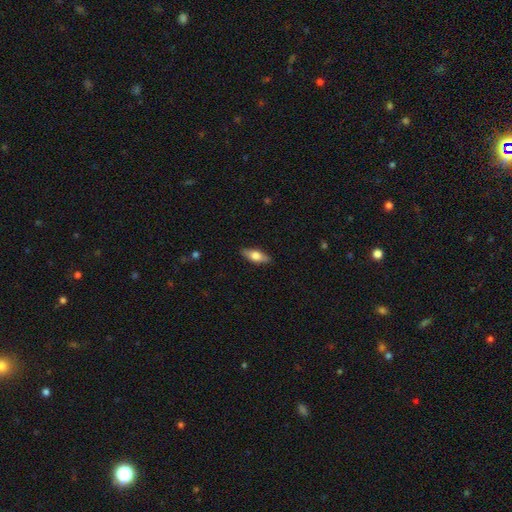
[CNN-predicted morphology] Smooth or featured?
  - smooth: 56% *
  - featured or disk: 38%
  - star or artifact: 6%
How rounded?
  - in between: 68% *
  - cigar-shaped: 28%
  - round: 3%
Merging?
  - none: 88% *
  - minor disturbance: 9%
  - major disturbance: 2%
  - merger: 1%